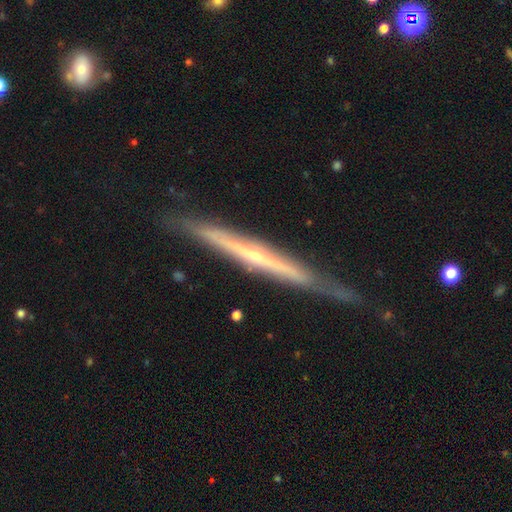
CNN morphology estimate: smooth_or_featured: featured or disk (p=0.80) [alt: smooth p=0.14]
disk_edge_on: yes (p=0.96) [alt: no p=0.04]
edge_on_bulge: rounded (p=0.57) [alt: none p=0.39]
merging: none (p=0.78) [alt: minor disturbance p=0.17]